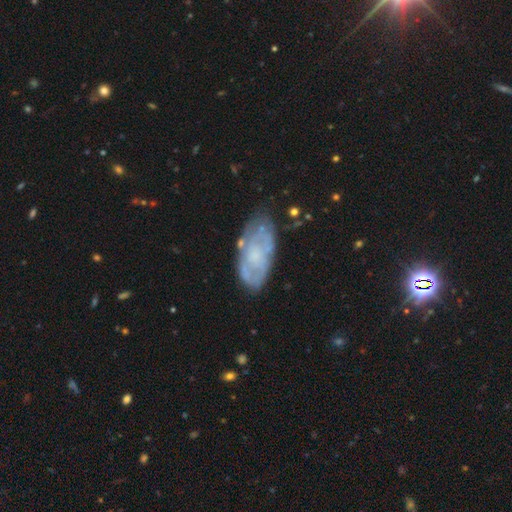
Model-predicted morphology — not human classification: Smooth or featured? featured or disk (57%)
Edge-on disk? no (92%)
Bar? no (81%)
Spiral arms? no (54%)
Bulge size? none (41%)
Merging? none (67%)